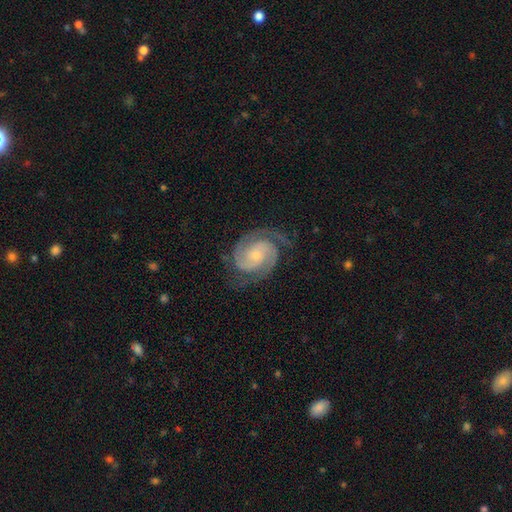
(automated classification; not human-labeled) This appears to be a featured or disk galaxy (91%) with no bar (65%), 2 (83%) tight (58%) spiral arms (98%) and a small central bulge (68%). Merging: none (78%).